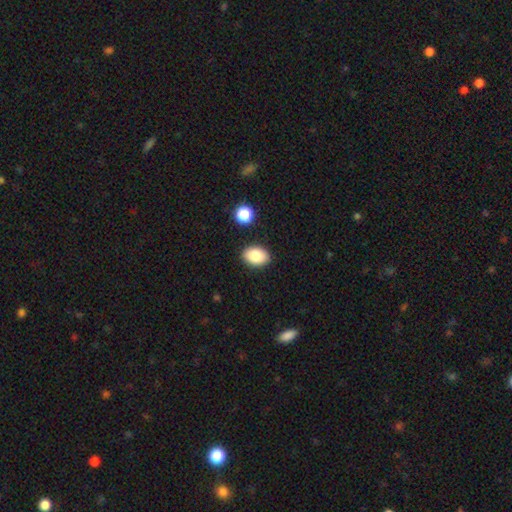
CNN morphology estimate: This is clearly a smooth galaxy (86%). How rounded: clearly in between (82%). Merging: clearly none (87%).